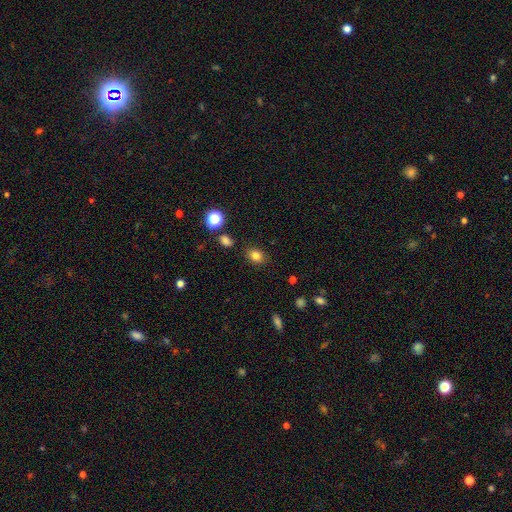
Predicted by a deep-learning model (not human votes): Smooth or featured?
  - smooth: 81% *
  - star or artifact: 13%
  - featured or disk: 6%
How rounded?
  - in between: 55% *
  - round: 44%
  - cigar-shaped: 1%
Merging?
  - none: 84% *
  - minor disturbance: 10%
  - major disturbance: 3%
  - merger: 3%